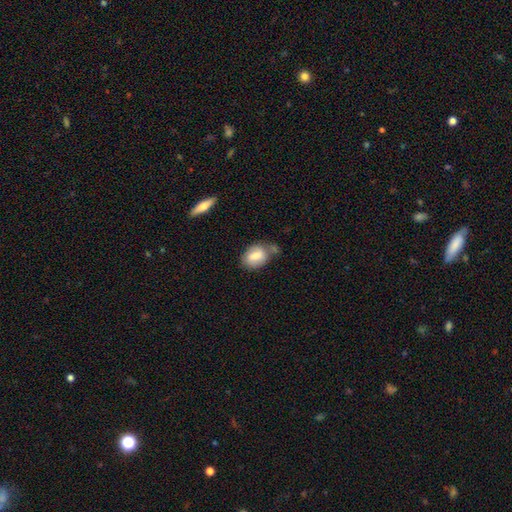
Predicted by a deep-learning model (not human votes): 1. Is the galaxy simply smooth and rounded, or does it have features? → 74% smooth, 18% featured or disk, 7% star or artifact.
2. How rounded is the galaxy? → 71% in between, 27% round, 2% cigar-shaped.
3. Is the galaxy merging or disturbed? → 51% none, 26% minor disturbance, 16% merger, 7% major disturbance.